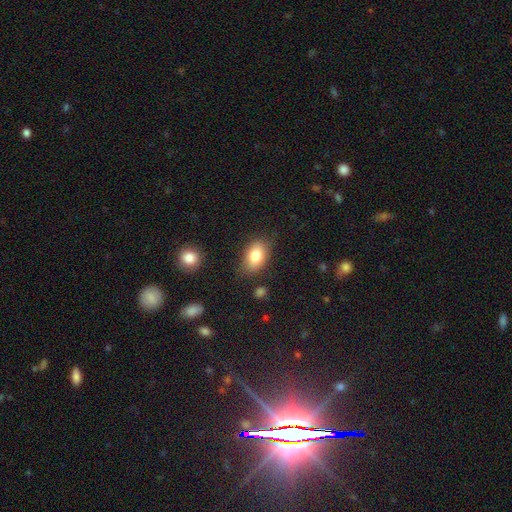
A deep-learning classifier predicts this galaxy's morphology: Smooth or featured: smooth — 83% (featured or disk — 10%)
How rounded: in between — 88% (round — 10%)
Merging: none — 79% (minor disturbance — 15%)